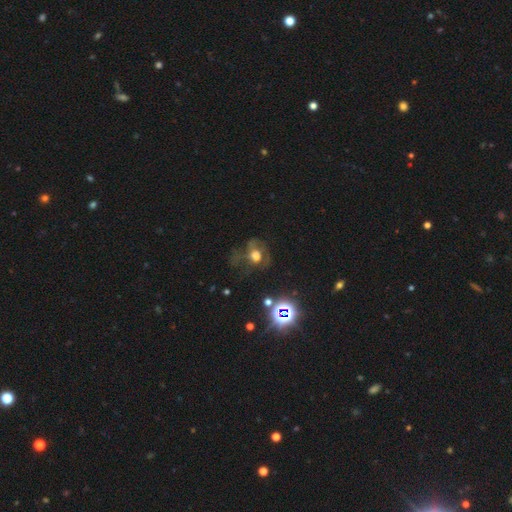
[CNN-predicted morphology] Smooth or featured?
  - featured or disk: 40% *
  - smooth: 36%
  - star or artifact: 24%
Merging?
  - none: 43% *
  - major disturbance: 34%
  - minor disturbance: 19%
  - merger: 4%